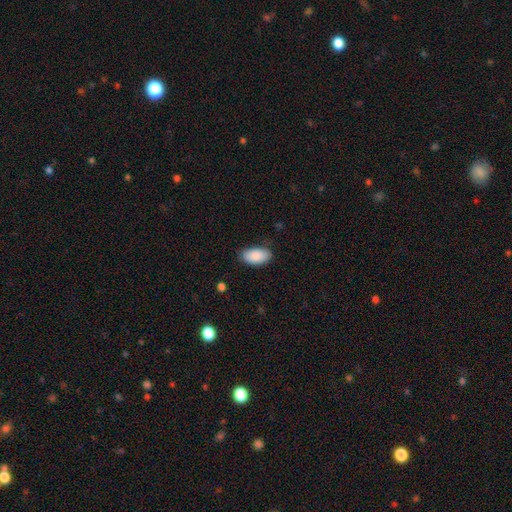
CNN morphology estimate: smooth 89%, star or artifact 6%, featured or disk 5%. Down the decision tree: how rounded — in between (95%); merging — none (80%).